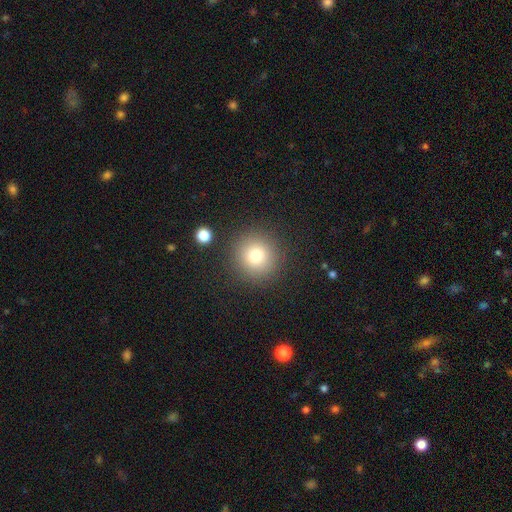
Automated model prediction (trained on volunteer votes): smooth 78%, star or artifact 13%, featured or disk 9%. Down the decision tree: how rounded — round (94%); merging — none (87%).